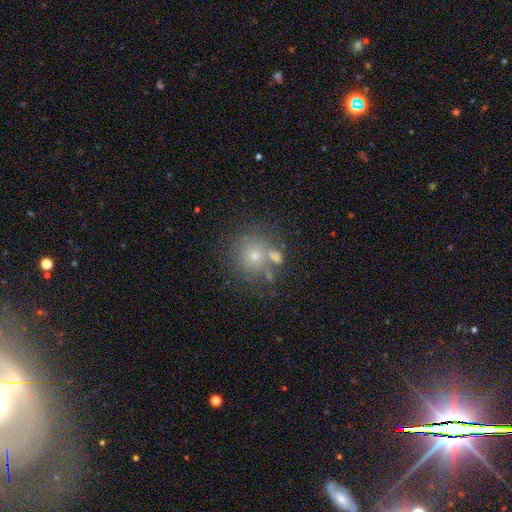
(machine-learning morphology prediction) smooth-or-featured: smooth: 61% | featured or disk: 21% | star or artifact: 18%
  how-rounded: round: 89% | in between: 10% | cigar-shaped: 1%
  merging: none: 62% | merger: 19% | minor disturbance: 13% | major disturbance: 7%